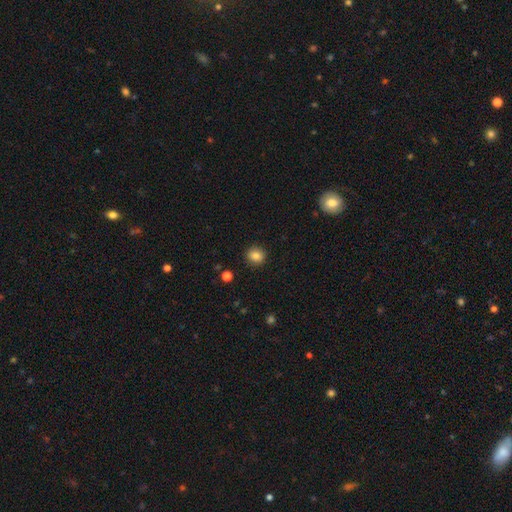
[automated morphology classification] This is clearly a smooth galaxy (83%). How rounded: clearly round (88%). Merging: clearly none (91%).